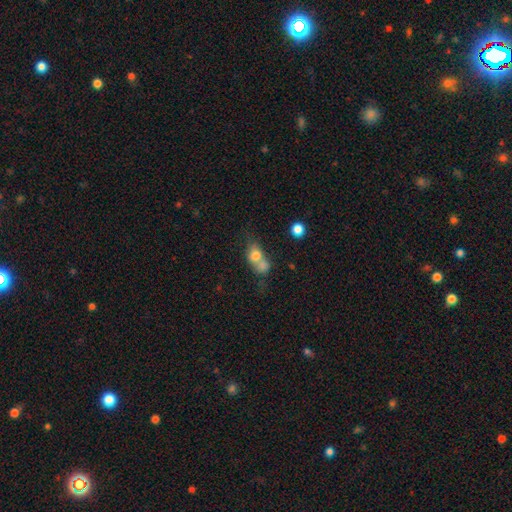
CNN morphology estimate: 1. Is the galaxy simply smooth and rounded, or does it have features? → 73% smooth, 17% featured or disk, 10% star or artifact.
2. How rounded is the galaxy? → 49% in between, 48% round, 3% cigar-shaped.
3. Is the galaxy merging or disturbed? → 62% merger, 22% none, 9% minor disturbance, 7% major disturbance.